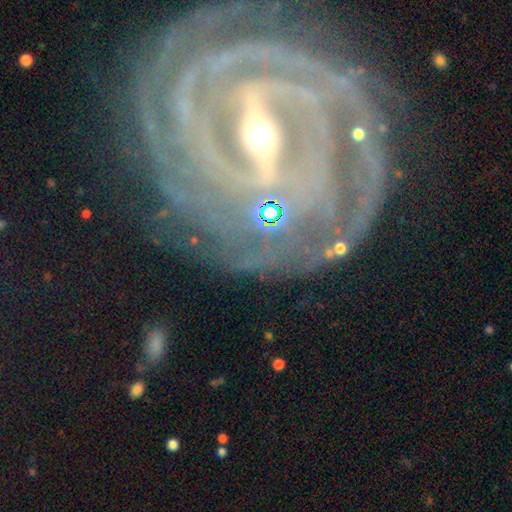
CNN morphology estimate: A featured or disk galaxy (88%) with a strong bar (73%), tight (75%) spiral arms (94%) and a moderate central bulge (55%). Merging: none (74%).